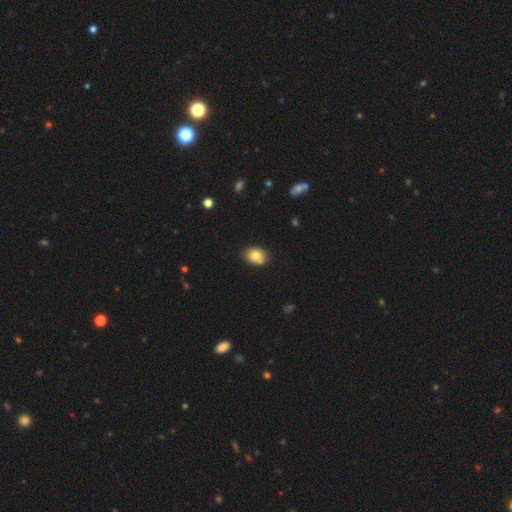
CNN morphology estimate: Overall: smooth (79%). How rounded: in between (59%; round 40%). Merging: none (73%).